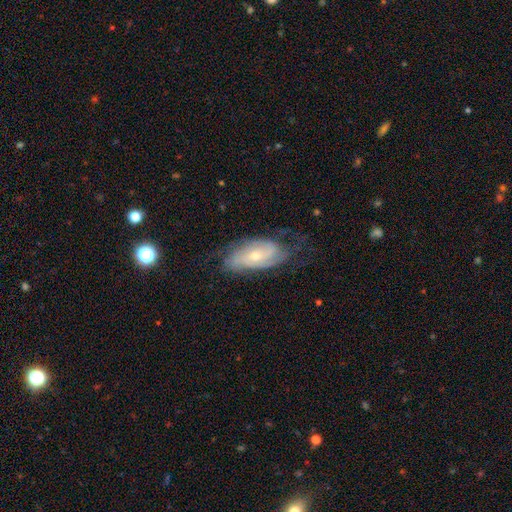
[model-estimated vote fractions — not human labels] The model was most divided on "spiral winding": tight: 50%, medium: 37%, loose: 14%. Remaining: edge-on disk — no (93%); spiral arms — yes (92%); smooth or featured — featured or disk (76%); merging — none (63%); bulge size — small (58%); bar — no (57%); spiral arm count — 2 (45%).